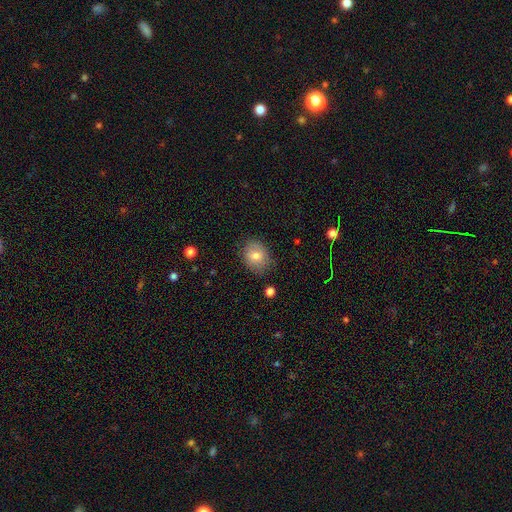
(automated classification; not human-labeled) This appears to be a smooth galaxy with no disk features (75%) that is round (50%). Merging: none (77%).